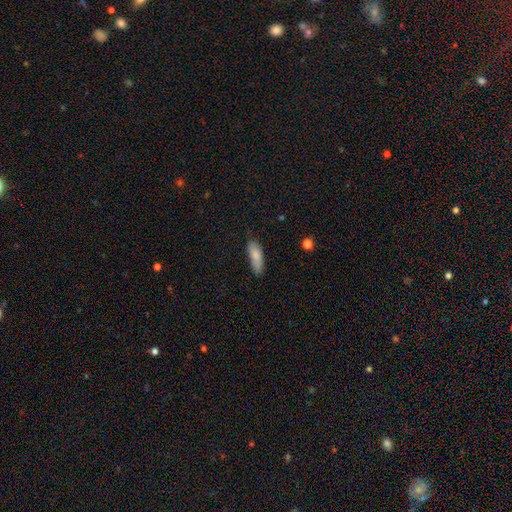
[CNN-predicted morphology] smooth 80%, featured or disk 14%, star or artifact 6%. Down the decision tree: how rounded — in between (61%); merging — none (61%).